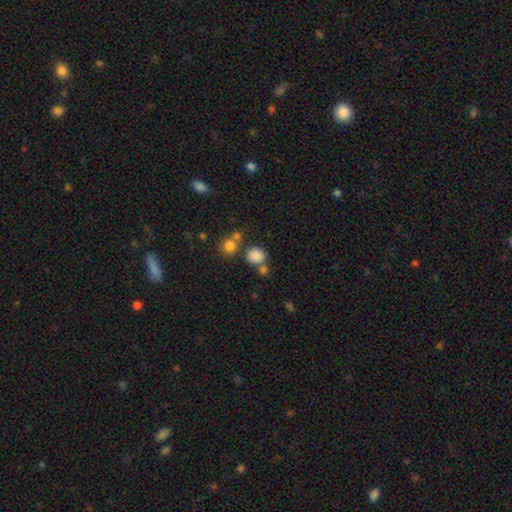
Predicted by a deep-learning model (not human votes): Overall: smooth (83%). How rounded: round (78%). Merging: none (63%).